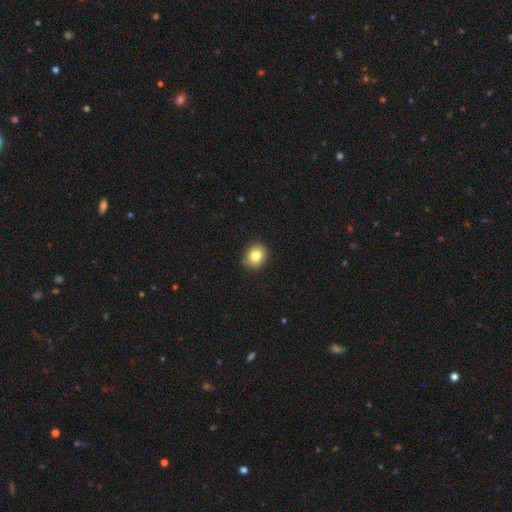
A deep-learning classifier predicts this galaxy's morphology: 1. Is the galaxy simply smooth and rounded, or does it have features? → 82% smooth, 10% star or artifact, 8% featured or disk.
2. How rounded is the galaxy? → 66% round, 33% in between, 1% cigar-shaped.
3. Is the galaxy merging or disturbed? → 87% none, 10% minor disturbance, 2% major disturbance, 1% merger.